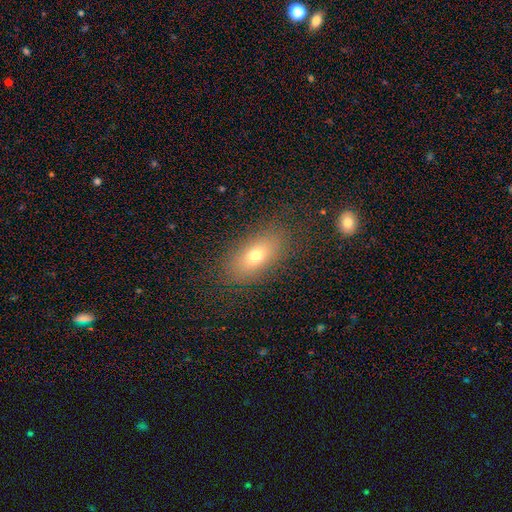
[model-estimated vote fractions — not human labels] Q: Smooth or featured?
A: smooth (70%); runner-up: featured or disk (18%)
Q: How rounded?
A: in between (83%); runner-up: round (9%)
Q: Merging?
A: none (83%); runner-up: minor disturbance (11%)